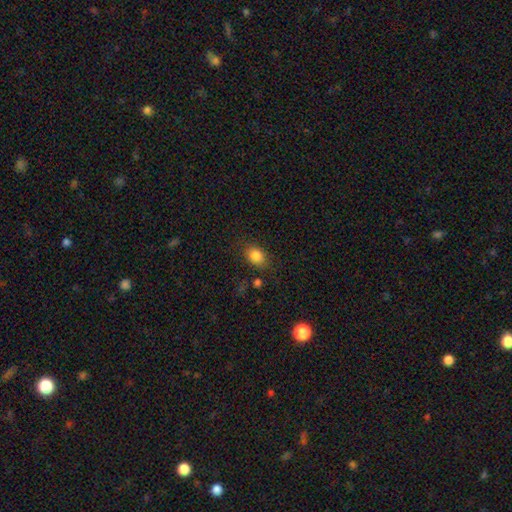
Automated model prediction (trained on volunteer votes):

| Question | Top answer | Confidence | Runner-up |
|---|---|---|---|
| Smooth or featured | smooth | 84% | star or artifact (10%) |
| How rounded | in between | 62% | round (37%) |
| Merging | none | 77% | minor disturbance (15%) |